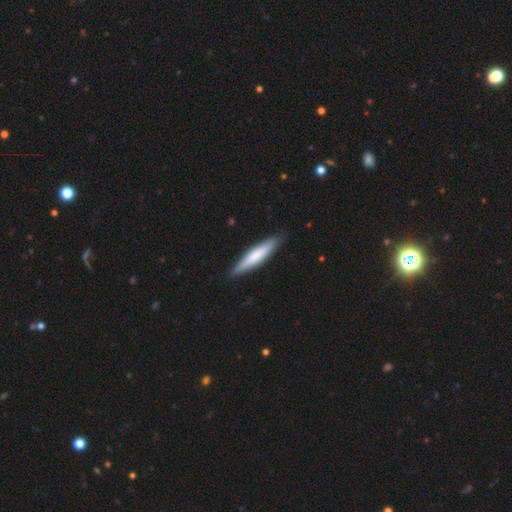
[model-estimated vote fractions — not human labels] Smooth or featured? smooth (66%)
How rounded? cigar-shaped (88%)
Merging? none (89%)